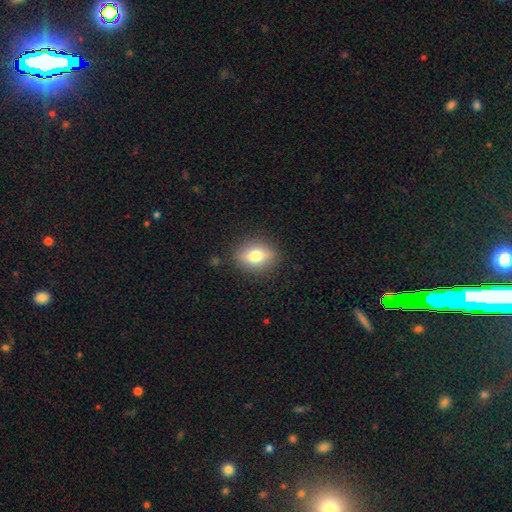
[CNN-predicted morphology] A smooth galaxy with no disk features (66%) that is in between round and cigar-shaped (50%). Merging: none (86%).